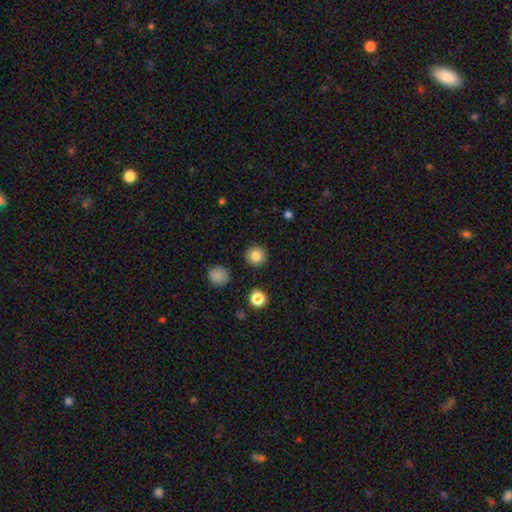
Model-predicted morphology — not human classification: Q: Smooth or featured?
A: smooth (83%); runner-up: star or artifact (10%)
Q: How rounded?
A: round (95%); runner-up: in between (5%)
Q: Merging?
A: none (91%); runner-up: minor disturbance (5%)